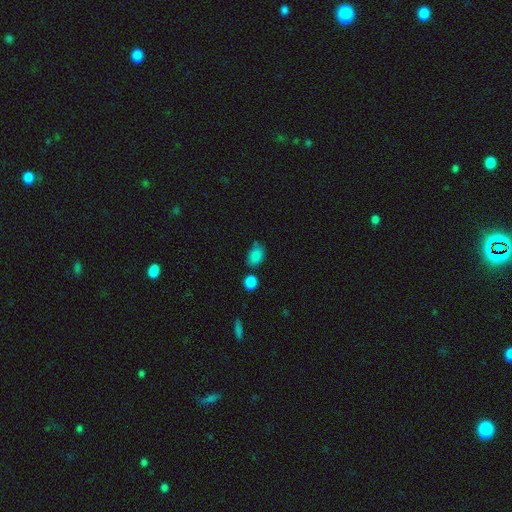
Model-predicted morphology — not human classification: Overall: smooth (84%). How rounded: in between (75%). Merging: none (56%; minor disturbance 27%).